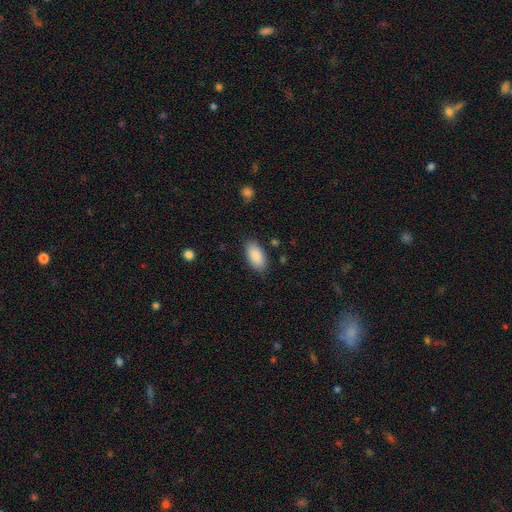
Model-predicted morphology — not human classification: The model was most divided on "merging": none: 86%, minor disturbance: 10%, major disturbance: 3%, merger: 1%. More confident: how rounded — in between (94%); smooth or featured — smooth (89%).